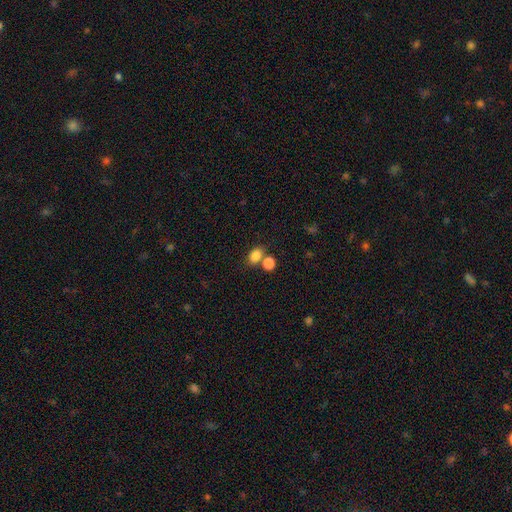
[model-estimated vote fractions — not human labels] Smooth or featured? smooth (83%)
How rounded? in between (71%)
Merging? none (54%)